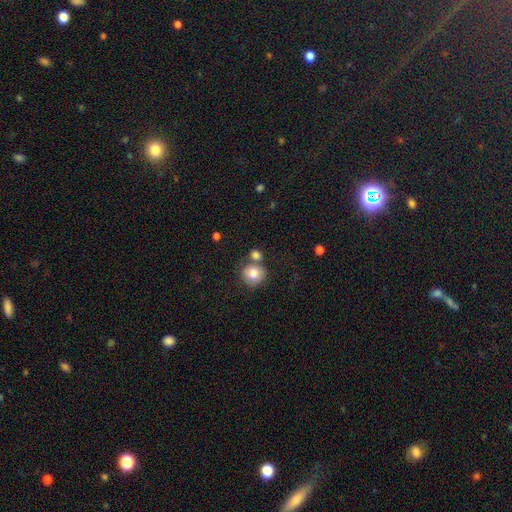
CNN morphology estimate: Overall: smooth (80%). How rounded: round (82%). Merging: none (58%; merger 28%).